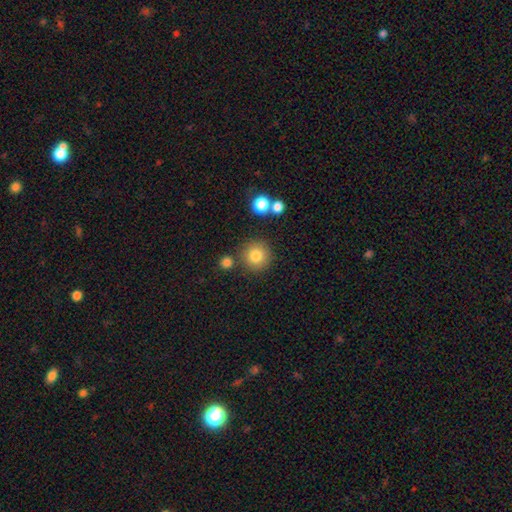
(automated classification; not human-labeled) Smooth or featured: smooth — 82% (star or artifact — 11%)
How rounded: round — 94% (in between — 5%)
Merging: none — 82% (minor disturbance — 8%)